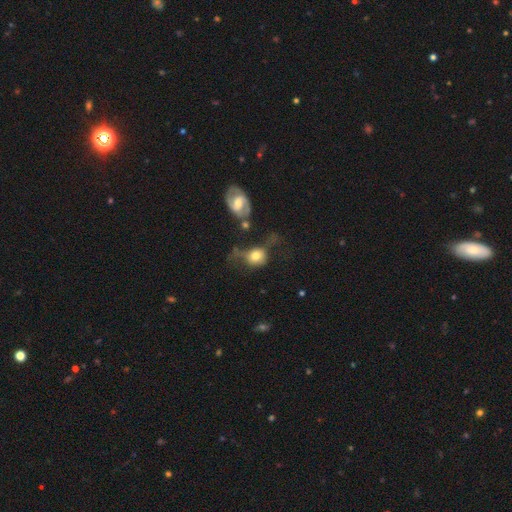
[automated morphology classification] smooth-or-featured: smooth: 60% | featured or disk: 32% | star or artifact: 8%
  how-rounded: round: 57% | in between: 41% | cigar-shaped: 2%
  merging: major disturbance: 32% | none: 29% | minor disturbance: 21% | merger: 18%